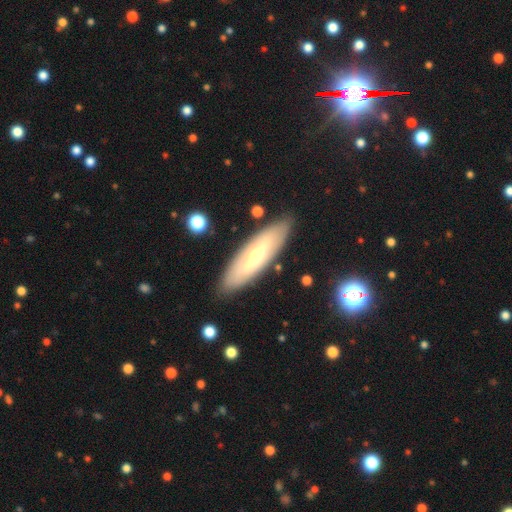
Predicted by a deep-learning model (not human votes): A featured or disk galaxy (57%).

Vote fractions:
- Smooth or featured? featured or disk: 57% / smooth: 37% / star or artifact: 6%
- Edge-on disk? no: 59% / yes: 41%
- Merging? none: 85% / minor disturbance: 10% / major disturbance: 3% / merger: 2%